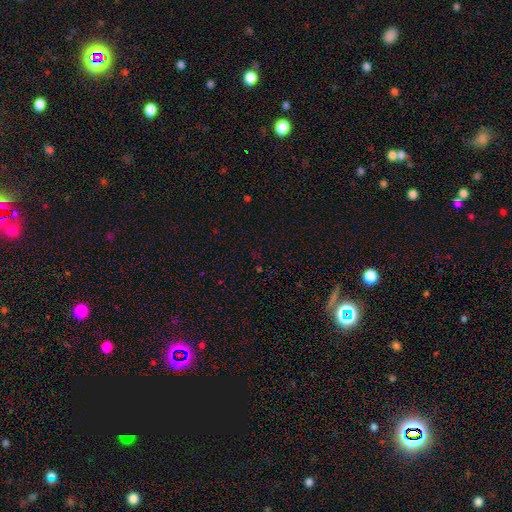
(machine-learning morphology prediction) A star or artifact, not a galaxy (67%).

Vote fractions:
- Smooth or featured? star or artifact: 67% / smooth: 26% / featured or disk: 7%